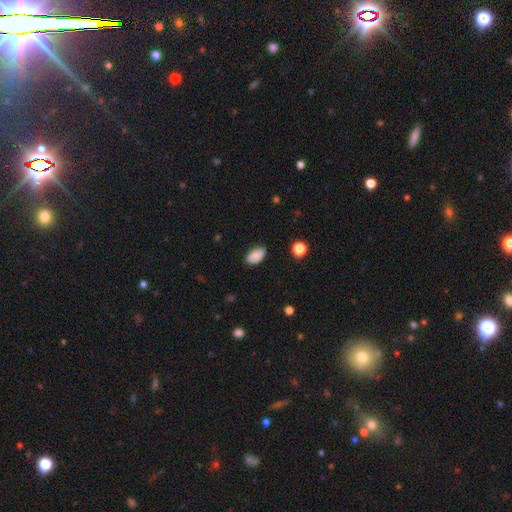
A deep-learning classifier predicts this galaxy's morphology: smooth_or_featured: smooth (p=0.84) [alt: featured or disk p=0.08]
how_rounded: in between (p=0.93) [alt: round p=0.05]
merging: none (p=0.81) [alt: minor disturbance p=0.15]